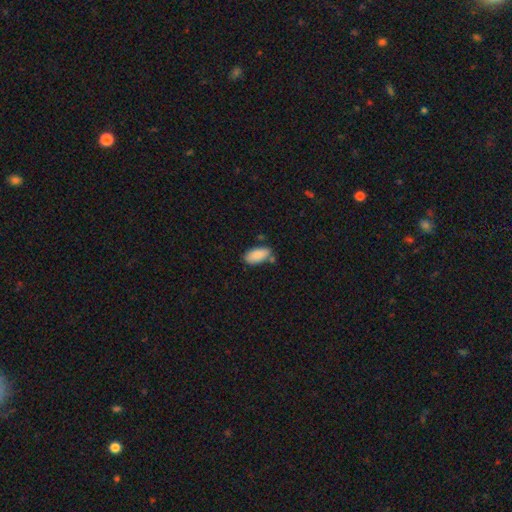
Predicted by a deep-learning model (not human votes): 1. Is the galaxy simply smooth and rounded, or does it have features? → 87% smooth, 7% star or artifact, 6% featured or disk.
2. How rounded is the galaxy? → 92% in between, 6% cigar-shaped, 2% round.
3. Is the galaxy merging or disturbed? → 70% none, 18% minor disturbance, 9% merger, 4% major disturbance.